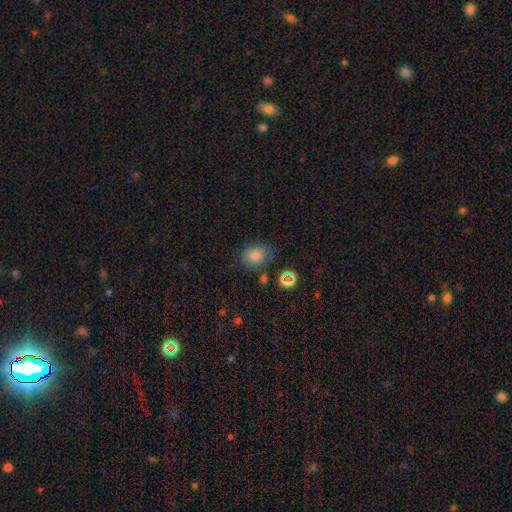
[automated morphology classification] type=smooth (81%); roundness=in between (65%); merging=none (71%).